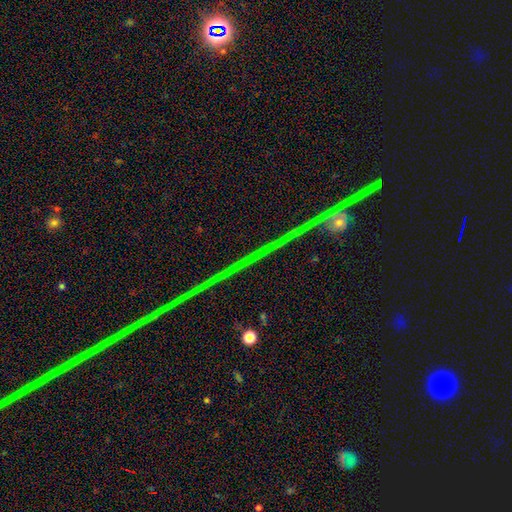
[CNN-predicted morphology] Smooth or featured? star or artifact (83%)